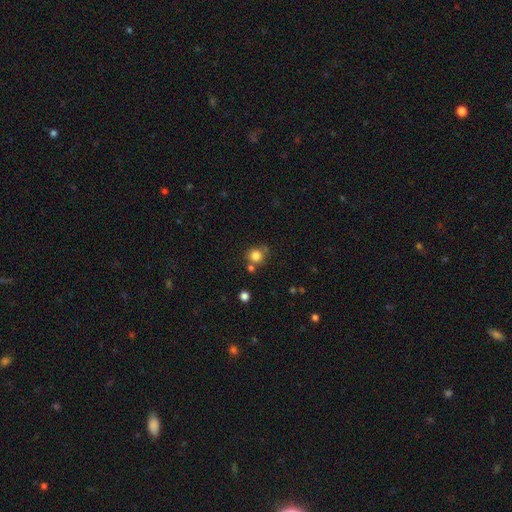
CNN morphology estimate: A smooth galaxy with no disk features (82%) that is round (89%). Merging: none (66%).